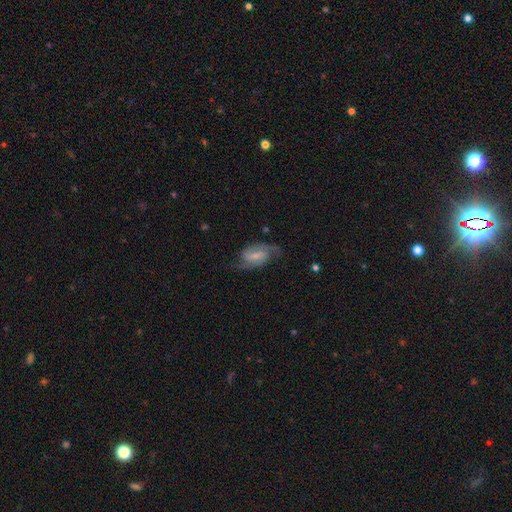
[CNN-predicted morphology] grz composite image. It shows a featured or disk galaxy (82%) with a weak bar (56%), 2 (89%) medium (52%) spiral arms (96%) and a small central bulge (49%). Merging: none (71%).